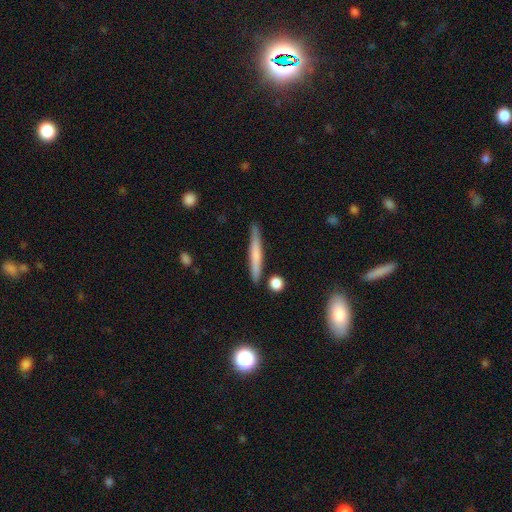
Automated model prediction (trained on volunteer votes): Morphology: type=smooth (58%); roundness=cigar-shaped (95%); merging=none (86%).